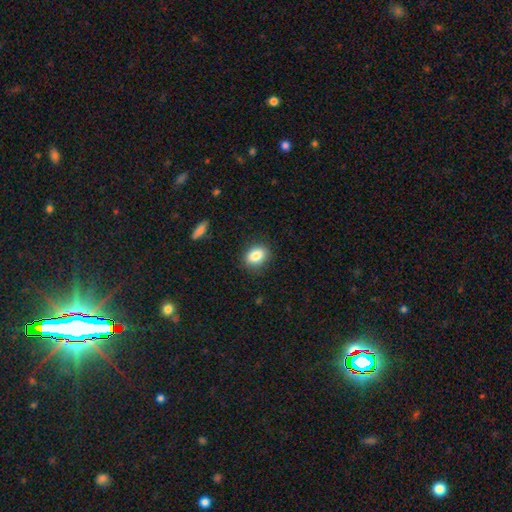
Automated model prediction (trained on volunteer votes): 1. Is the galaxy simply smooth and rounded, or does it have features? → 85% smooth, 9% star or artifact, 6% featured or disk.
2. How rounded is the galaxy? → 71% in between, 27% round, 2% cigar-shaped.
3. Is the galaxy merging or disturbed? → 85% none, 11% minor disturbance, 3% major disturbance, 1% merger.